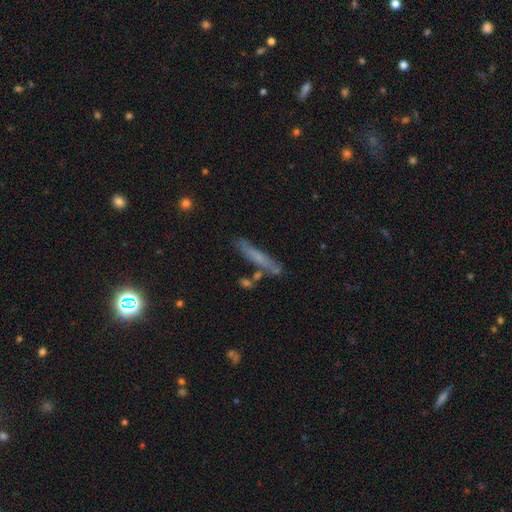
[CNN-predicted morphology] Overall: smooth (47%; featured or disk 37%). Merging: none (76%).